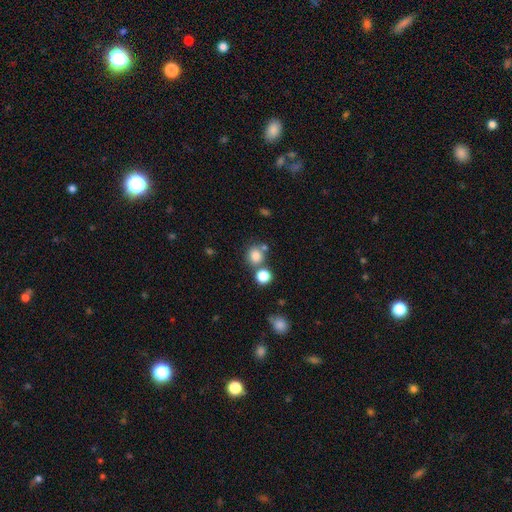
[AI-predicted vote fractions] A smooth galaxy with no disk features (81%) that is round (84%). Merging: none (64%).